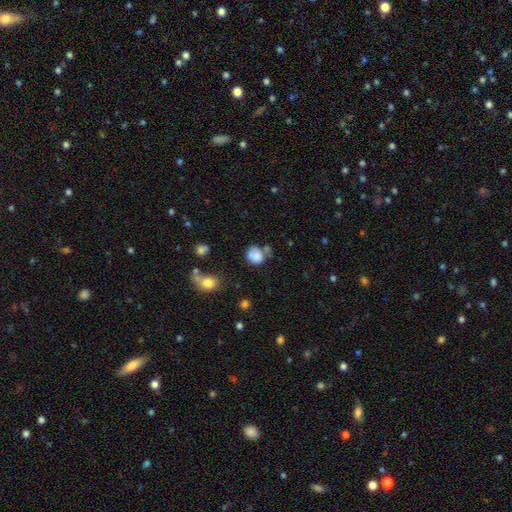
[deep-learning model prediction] smooth_or_featured: smooth (p=0.77) [alt: featured or disk p=0.13]
how_rounded: round (p=0.77) [alt: in between p=0.22]
merging: none (p=0.46) [alt: minor disturbance p=0.25]